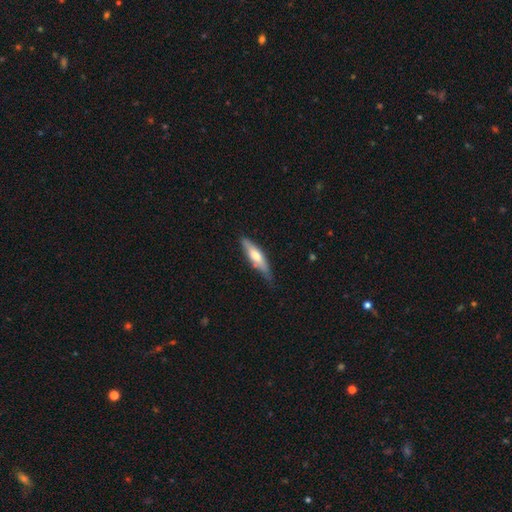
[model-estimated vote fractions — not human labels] This appears to be a smooth galaxy with no disk features (55%) that is cigar-shaped (73%). Merging: none (69%).